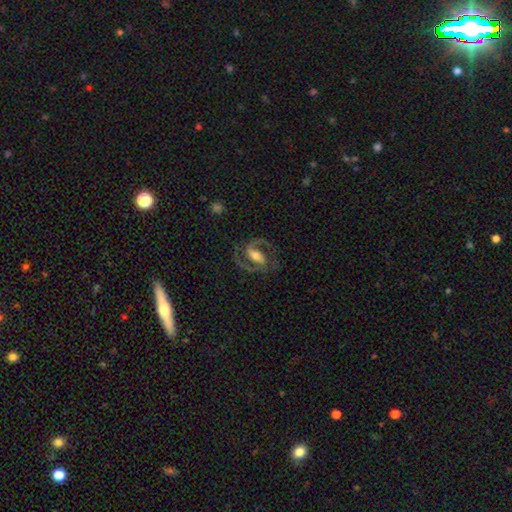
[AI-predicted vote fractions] smooth-or-featured: featured or disk: 90% | smooth: 5% | star or artifact: 5%
  disk-edge-on: no: 97% | yes: 3%
    bar: strong: 49% | weak: 36% | no: 15%
    has-spiral-arms: yes: 98% | no: 2%
      spiral-winding: medium: 65% | tight: 20% | loose: 15%
      spiral-arm-count: 2: 94% | can't tell: 2% | 1: 2% | 3: 1% | 4: 1% | more than 4: 1%
    bulge-size: moderate: 60% | small: 27% | large: 10% | none: 2% | dominant: 1%
  merging: none: 80% | minor disturbance: 12% | major disturbance: 7% | merger: 1%